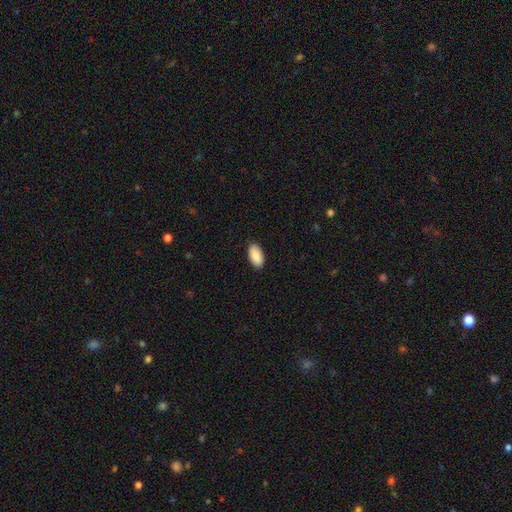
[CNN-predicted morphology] A smooth galaxy with no disk features (89%) that is in between round and cigar-shaped (94%).

Vote fractions:
- Smooth or featured? smooth: 89% / star or artifact: 6% / featured or disk: 5%
- How rounded? in between: 94% / cigar-shaped: 3% / round: 2%
- Merging? none: 89% / minor disturbance: 8% / major disturbance: 2% / merger: 1%